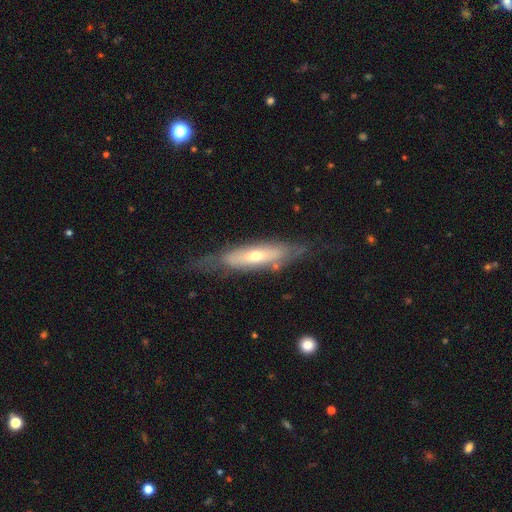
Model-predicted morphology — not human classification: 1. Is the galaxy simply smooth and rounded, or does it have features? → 60% featured or disk, 34% smooth, 6% star or artifact.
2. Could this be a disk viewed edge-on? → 54% no, 46% yes.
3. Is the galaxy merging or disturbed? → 61% none, 23% minor disturbance, 13% major disturbance, 2% merger.